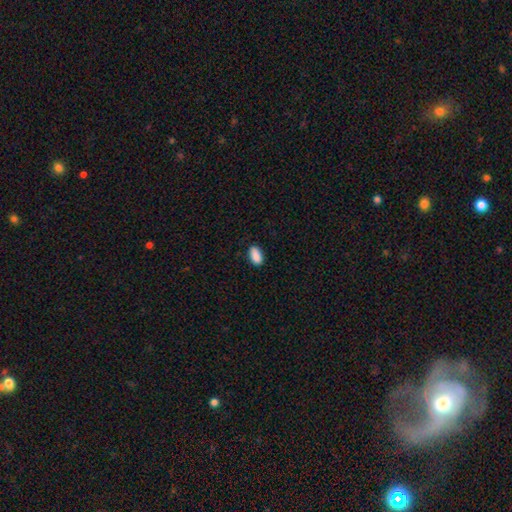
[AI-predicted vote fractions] Smooth or featured? smooth (90%)
How rounded? in between (93%)
Merging? none (86%)